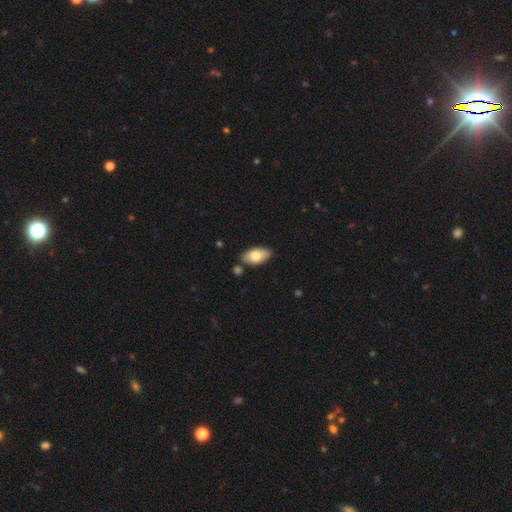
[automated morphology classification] smooth 77%, featured or disk 17%, star or artifact 6%. Down the decision tree: how rounded — in between (94%); merging — none (77%).